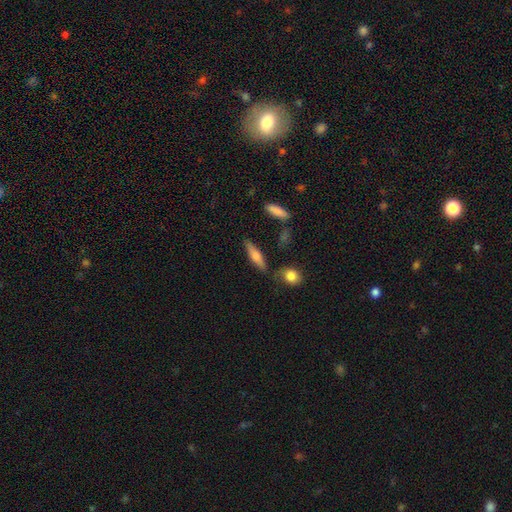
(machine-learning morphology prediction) A smooth galaxy with no disk features (58%) that is cigar-shaped (65%). Merging: none (75%).